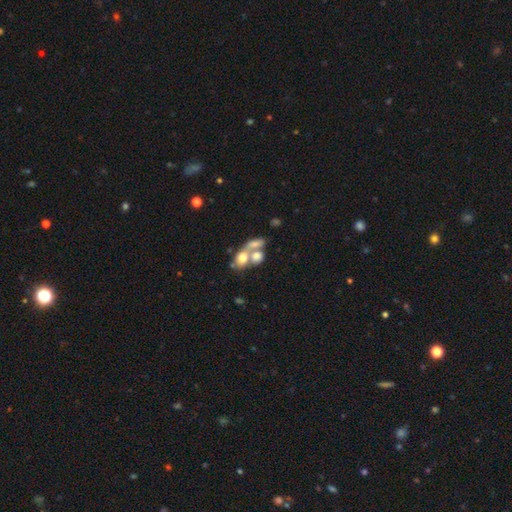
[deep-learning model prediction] Smooth or featured? Predicted: smooth (p=0.63). How rounded? Predicted: in between (p=0.59). Merging? Predicted: merger (p=0.66).